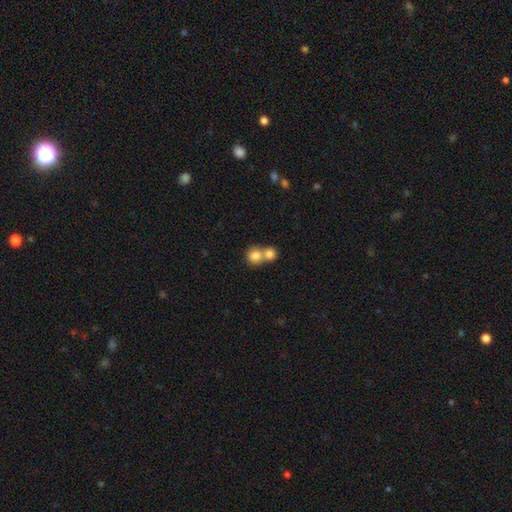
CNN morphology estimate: Smooth or featured? smooth (81%)
How rounded? round (86%)
Merging? merger (58%)